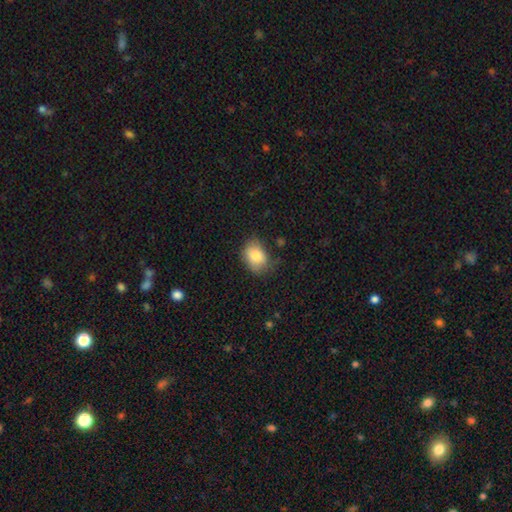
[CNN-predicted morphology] This is clearly a smooth galaxy (84%). How rounded: likely in between (73%). Merging: possibly none (59%).